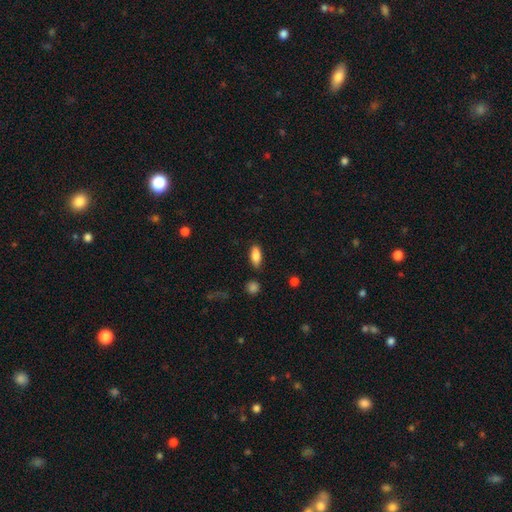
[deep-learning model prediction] A smooth galaxy with no disk features (83%) that is in between round and cigar-shaped (82%).

Vote fractions:
- Smooth or featured? smooth: 83% / featured or disk: 9% / star or artifact: 7%
- How rounded? in between: 82% / cigar-shaped: 15% / round: 3%
- Merging? none: 83% / minor disturbance: 12% / major disturbance: 3% / merger: 2%